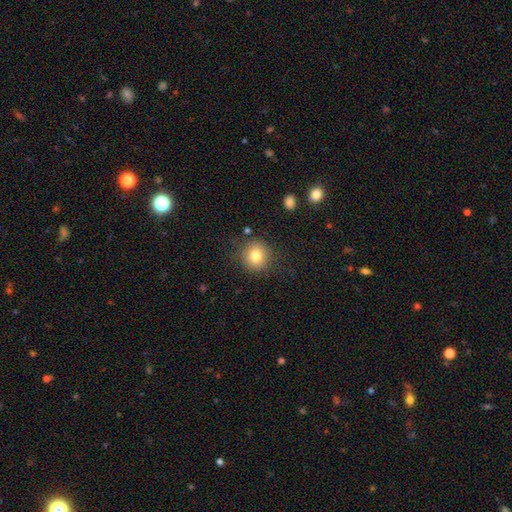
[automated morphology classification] Smooth or featured? smooth (79%)
How rounded? round (91%)
Merging? none (85%)